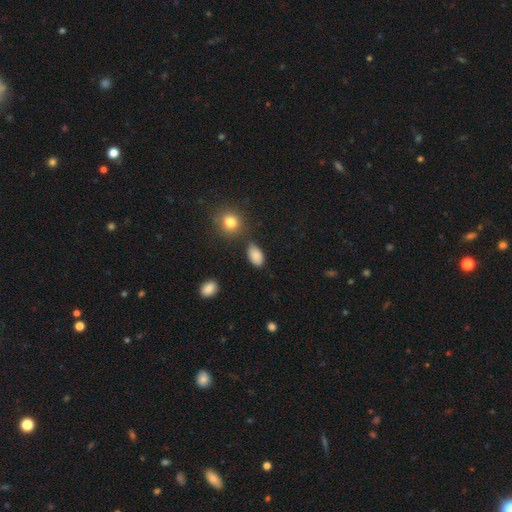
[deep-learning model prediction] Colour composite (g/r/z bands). It shows a smooth galaxy with no disk features (85%) that is in between round and cigar-shaped (91%). Merging: none (73%).